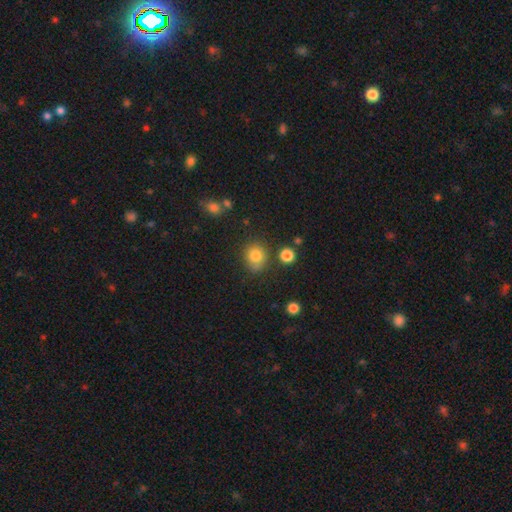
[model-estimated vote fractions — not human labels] A smooth galaxy with no disk features (81%) that is round (75%). Merging: none (74%).